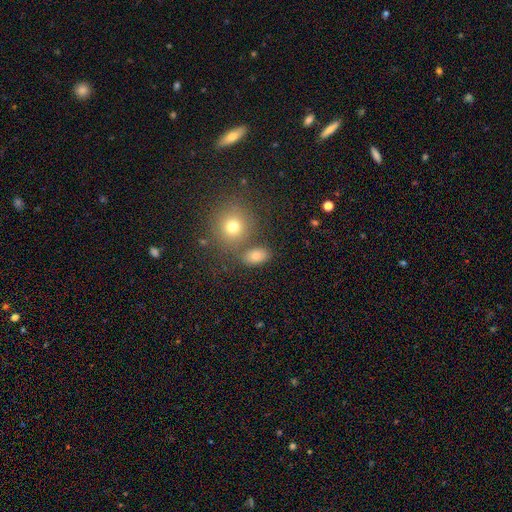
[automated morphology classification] smooth_or_featured: smooth (p=0.74) [alt: star or artifact p=0.14]
how_rounded: in between (p=0.73) [alt: round p=0.25]
merging: none (p=0.71) [alt: merger p=0.14]